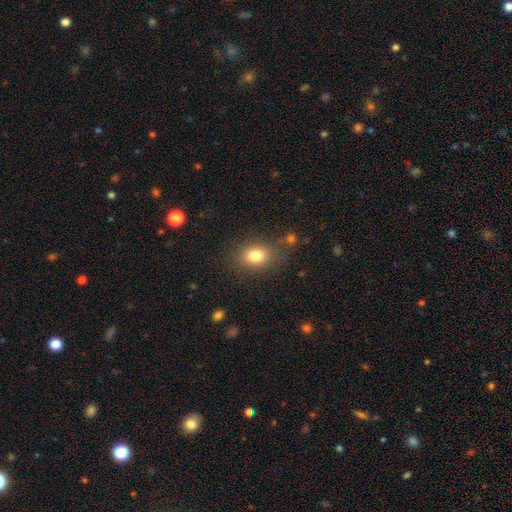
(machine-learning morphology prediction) A smooth galaxy with no disk features (81%) that is in between round and cigar-shaped (60%). Merging: none (76%).